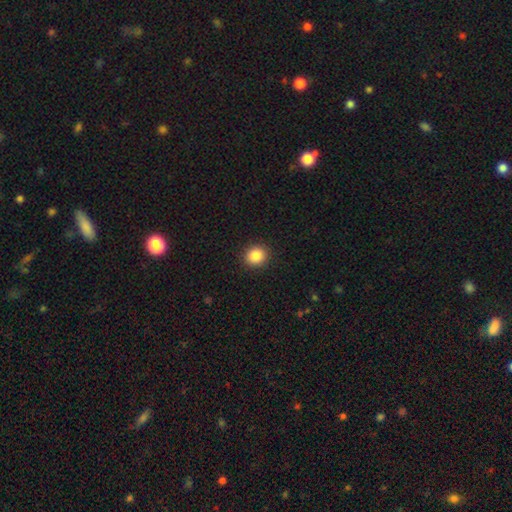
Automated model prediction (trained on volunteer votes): smooth_or_featured: smooth (p=0.87) [alt: star or artifact p=0.09]
how_rounded: round (p=0.84) [alt: in between p=0.15]
merging: none (p=0.92) [alt: minor disturbance p=0.06]